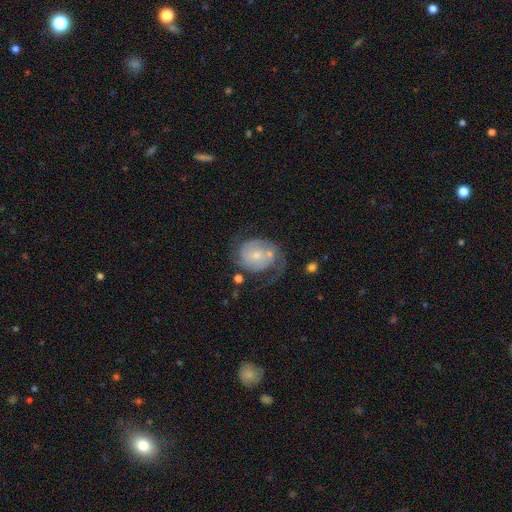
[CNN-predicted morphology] Smooth or featured? featured or disk (78%)
Edge-on disk? no (98%)
Bar? no (70%)
Spiral arms? yes (93%)
Spiral winding? medium (39%)
Spiral arm count? 2 (61%)
Bulge size? small (68%)
Merging? none (47%)